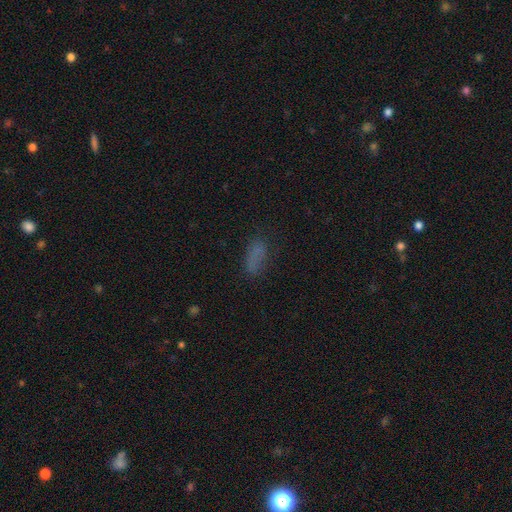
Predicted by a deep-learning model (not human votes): This appears to be a smooth galaxy with no disk features (74%) that is in between round and cigar-shaped (75%). Merging: none (69%).